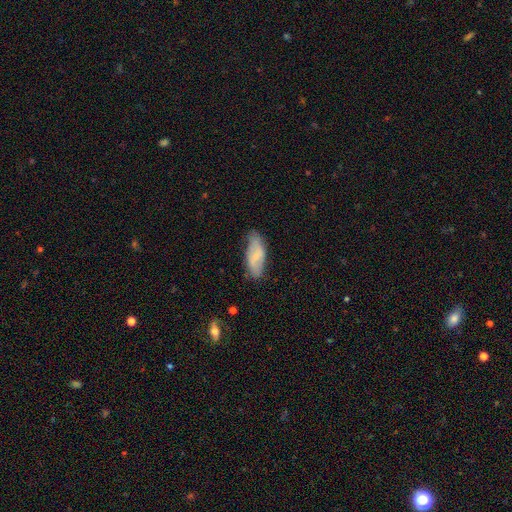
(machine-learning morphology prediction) smooth_or_featured: smooth (p=0.64) [alt: featured or disk p=0.28]
how_rounded: in between (p=0.76) [alt: cigar-shaped p=0.22]
merging: none (p=0.68) [alt: minor disturbance p=0.25]